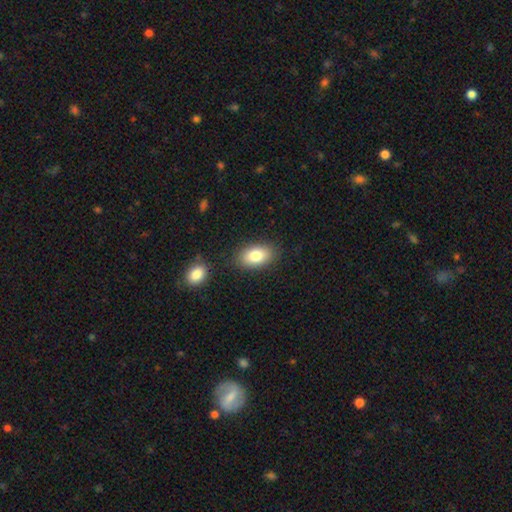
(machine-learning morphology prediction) Q: Smooth or featured?
A: smooth (82%); runner-up: featured or disk (10%)
Q: How rounded?
A: in between (91%); runner-up: round (7%)
Q: Merging?
A: none (83%); runner-up: minor disturbance (10%)